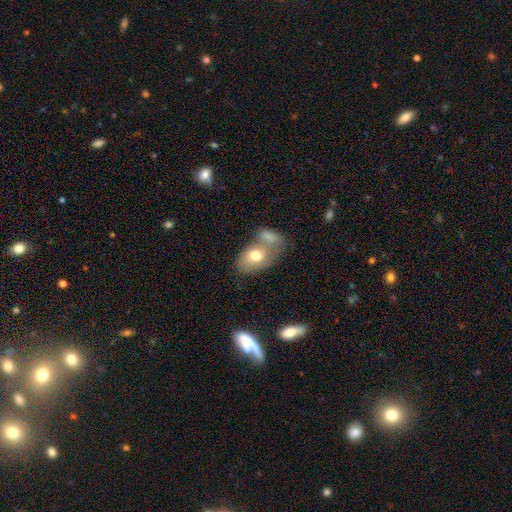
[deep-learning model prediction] Smooth or featured: smooth — 68% (featured or disk — 25%)
How rounded: in between — 84% (round — 15%)
Merging: merger — 46% (none — 34%)